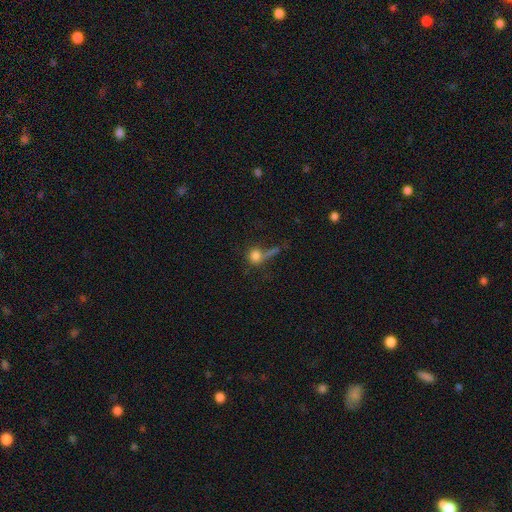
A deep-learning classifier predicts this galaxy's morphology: Smooth or featured: smooth — 74% (star or artifact — 13%)
How rounded: round — 83% (in between — 14%)
Merging: none — 46% (merger — 22%)